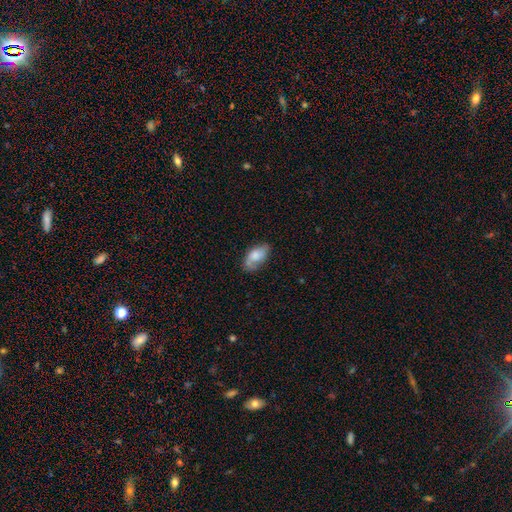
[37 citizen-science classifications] Smooth or featured?
  - smooth: 65% *
  - featured or disk: 30%
  - star or artifact: 5%
How rounded?
  - in between: 92% *
  - cigar-shaped: 8%
  - round: 0%
Merging?
  - none: 66% *
  - minor disturbance: 20%
  - major disturbance: 11%
  - merger: 3%